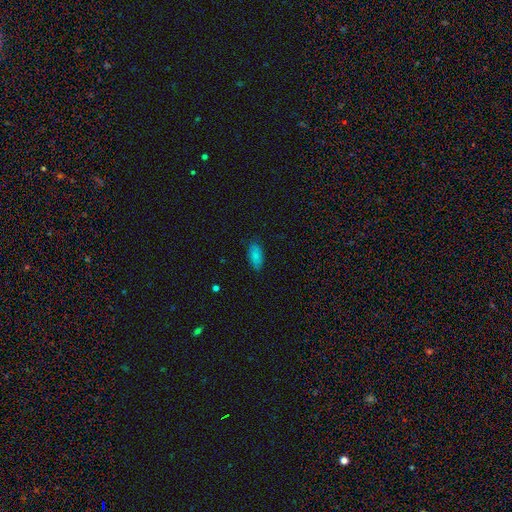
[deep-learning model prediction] Smooth or featured: smooth — 85% (star or artifact — 8%)
How rounded: in between — 89% (cigar-shaped — 9%)
Merging: none — 83% (minor disturbance — 14%)